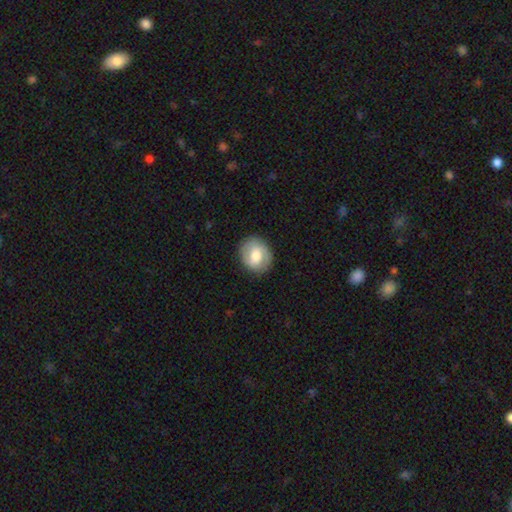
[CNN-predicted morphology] Smooth or featured? smooth (51%)
How rounded? round (64%)
Merging? none (85%)